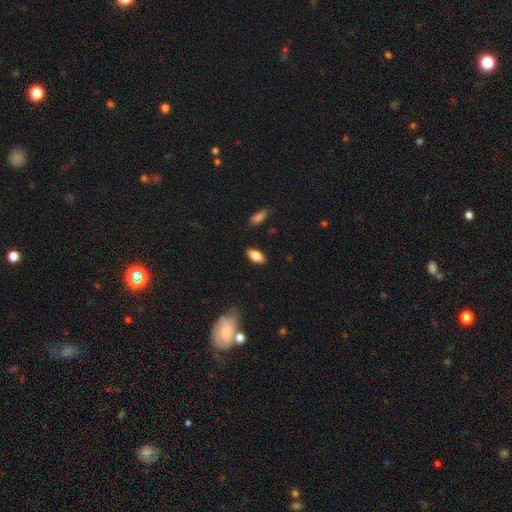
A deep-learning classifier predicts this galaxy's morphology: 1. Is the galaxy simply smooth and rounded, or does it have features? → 79% smooth, 14% featured or disk, 7% star or artifact.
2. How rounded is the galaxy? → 87% in between, 10% cigar-shaped, 3% round.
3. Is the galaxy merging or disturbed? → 86% none, 10% minor disturbance, 2% major disturbance, 1% merger.